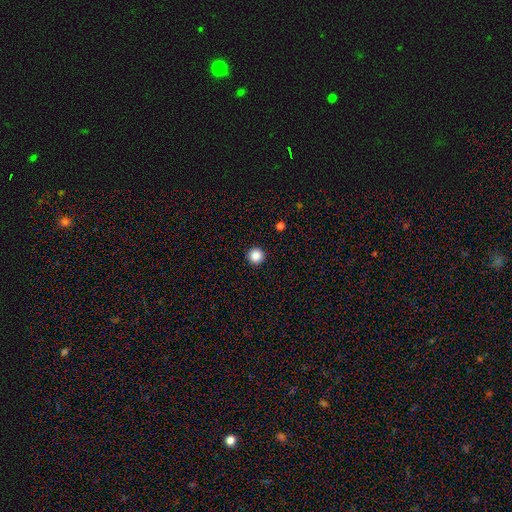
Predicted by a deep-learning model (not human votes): Smooth or featured: smooth — 87% (star or artifact — 10%)
How rounded: round — 97% (in between — 3%)
Merging: none — 94% (minor disturbance — 4%)